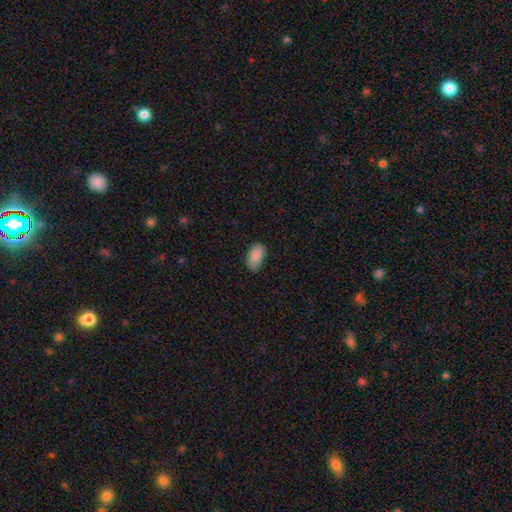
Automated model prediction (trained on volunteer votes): Smooth or featured? Predicted: smooth (p=0.89). How rounded? Predicted: in between (p=0.94). Merging? Predicted: none (p=0.76).